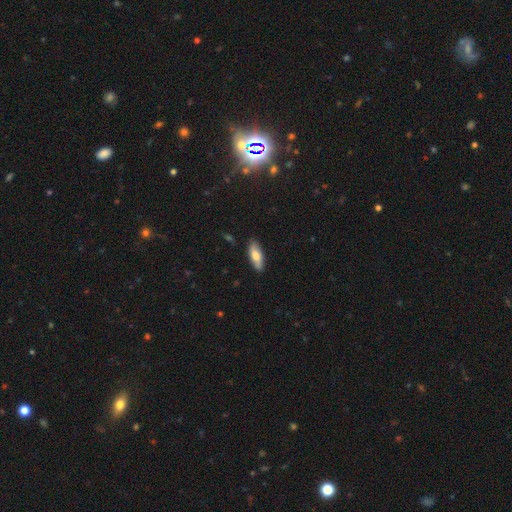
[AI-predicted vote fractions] Overall: smooth (69%). How rounded: in between (70%). Merging: none (87%).